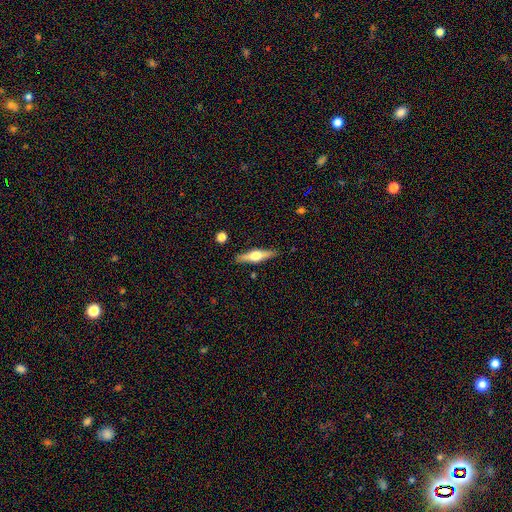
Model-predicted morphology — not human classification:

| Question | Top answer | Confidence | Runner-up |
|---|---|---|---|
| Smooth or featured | featured or disk | 62% | smooth (33%) |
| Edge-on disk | yes | 95% | no (5%) |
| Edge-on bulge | rounded | 95% | boxy (3%) |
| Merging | none | 88% | minor disturbance (8%) |